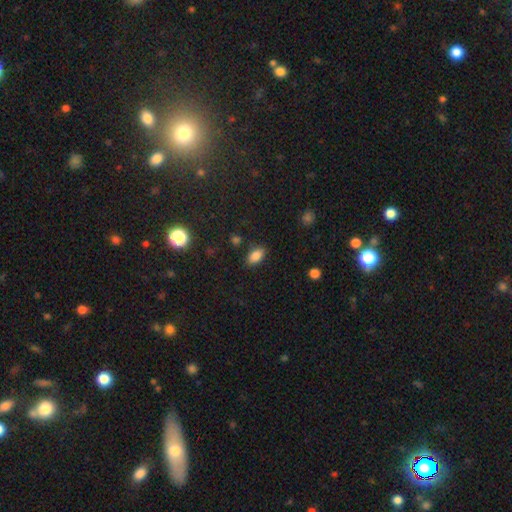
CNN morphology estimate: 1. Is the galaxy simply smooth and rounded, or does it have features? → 84% smooth, 10% star or artifact, 6% featured or disk.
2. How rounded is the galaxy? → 90% in between, 6% round, 4% cigar-shaped.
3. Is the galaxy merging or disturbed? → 84% none, 11% minor disturbance, 3% major disturbance, 2% merger.